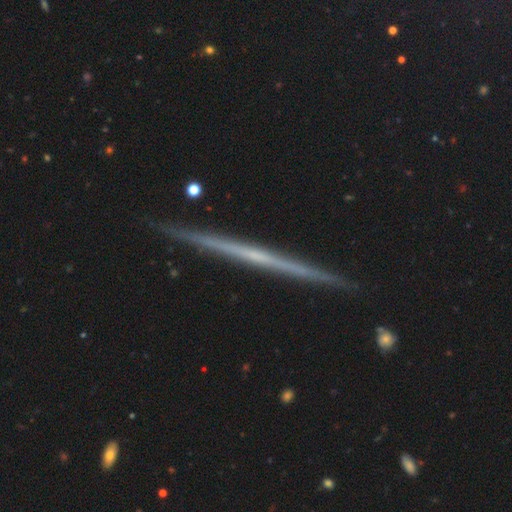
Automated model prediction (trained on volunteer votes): A featured or disk galaxy (72%) viewed edge-on (98%) with no central bulge (82%).

Vote fractions:
- Smooth or featured? featured or disk: 72% / smooth: 18% / star or artifact: 10%
- Edge-on disk? yes: 98% / no: 2%
- Edge-on bulge? none: 82% / rounded: 13% / boxy: 5%
- Merging? none: 92% / minor disturbance: 6% / major disturbance: 1% / merger: 1%